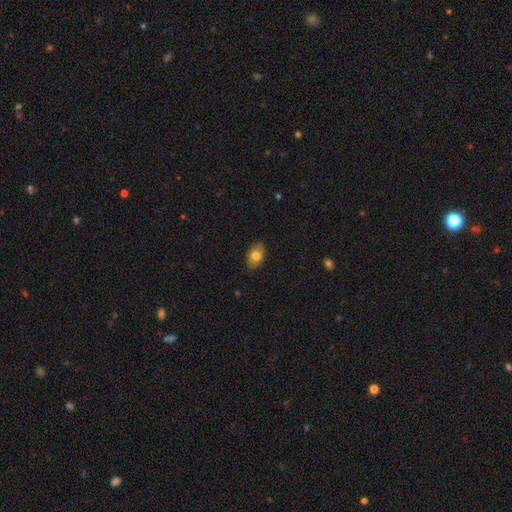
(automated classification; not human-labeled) This appears to be a smooth galaxy with no disk features (77%) that is in between round and cigar-shaped (88%). Merging: none (86%).